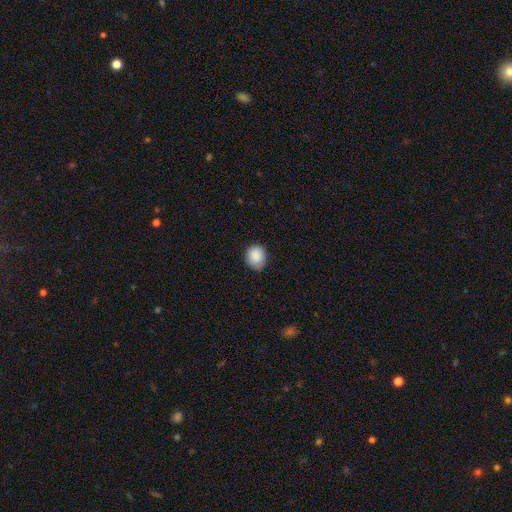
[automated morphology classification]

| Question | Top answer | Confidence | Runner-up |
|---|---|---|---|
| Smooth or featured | smooth | 89% | star or artifact (8%) |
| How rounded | round | 74% | in between (25%) |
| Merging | none | 80% | minor disturbance (17%) |